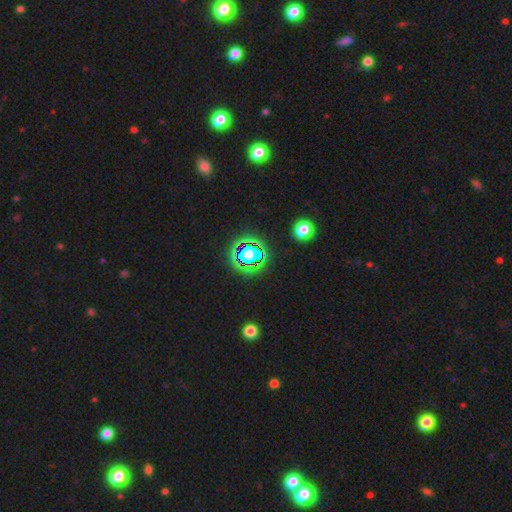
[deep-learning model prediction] Smooth or featured?
  - star or artifact: 80% *
  - smooth: 13%
  - featured or disk: 7%